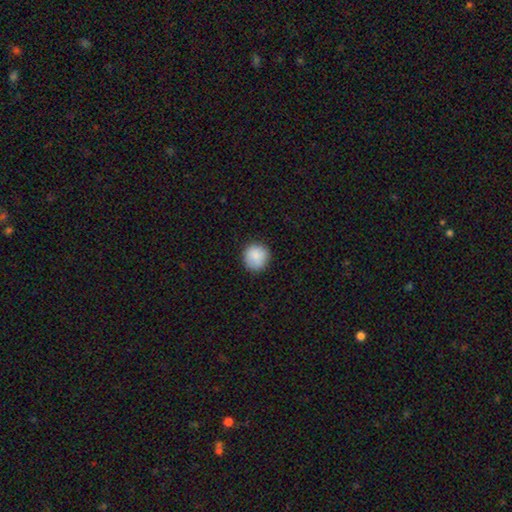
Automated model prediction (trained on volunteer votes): Morphology: type=smooth (86%); roundness=round (93%); merging=none (86%).